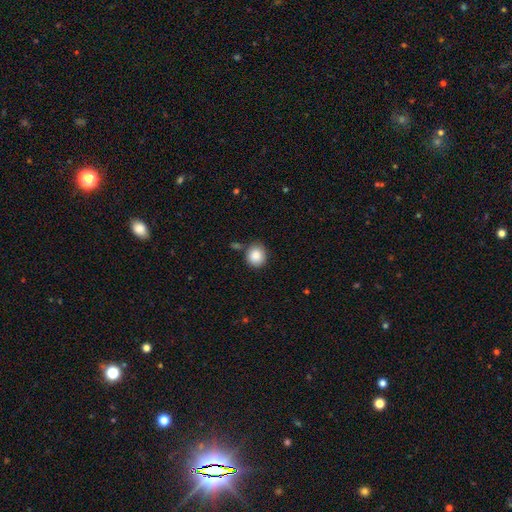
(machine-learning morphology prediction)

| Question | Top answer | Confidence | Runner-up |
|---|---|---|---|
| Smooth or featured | smooth | 88% | star or artifact (8%) |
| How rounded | round | 82% | in between (17%) |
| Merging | none | 79% | minor disturbance (12%) |